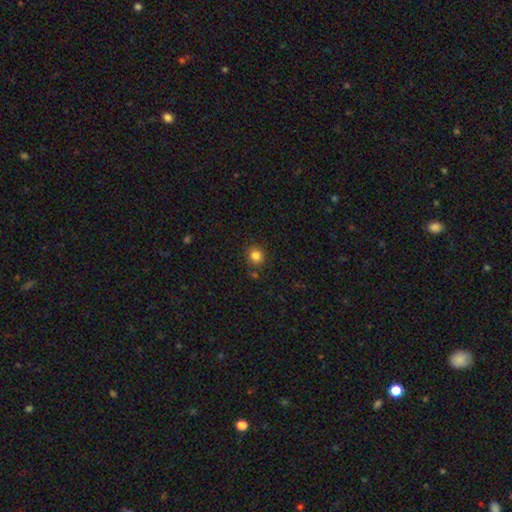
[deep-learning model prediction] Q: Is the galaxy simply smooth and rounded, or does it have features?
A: smooth — 84%.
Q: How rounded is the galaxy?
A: round — 90%.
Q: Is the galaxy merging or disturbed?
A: none — 84%.